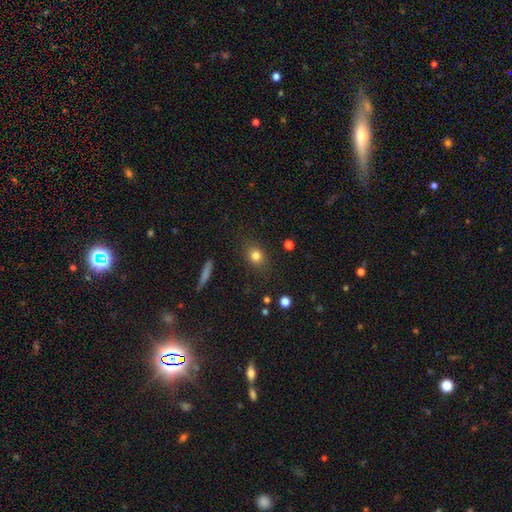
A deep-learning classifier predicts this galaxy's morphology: Q: Smooth or featured?
A: smooth (80%); runner-up: star or artifact (11%)
Q: How rounded?
A: round (58%); runner-up: in between (40%)
Q: Merging?
A: none (85%); runner-up: minor disturbance (10%)